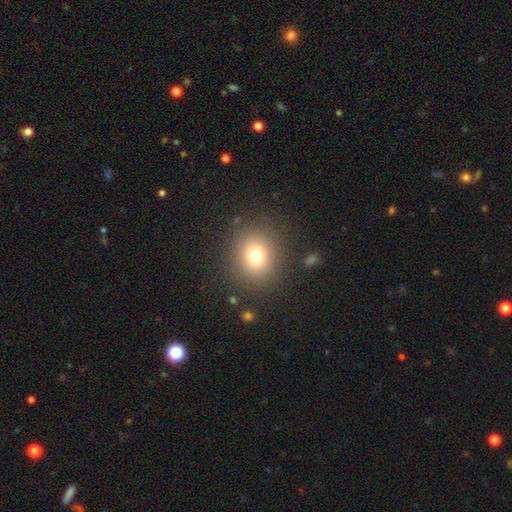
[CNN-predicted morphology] The model was most divided on "smooth or featured": smooth: 74%, star or artifact: 16%, featured or disk: 10%. More confident: merging — none (86%); how rounded — round (80%).